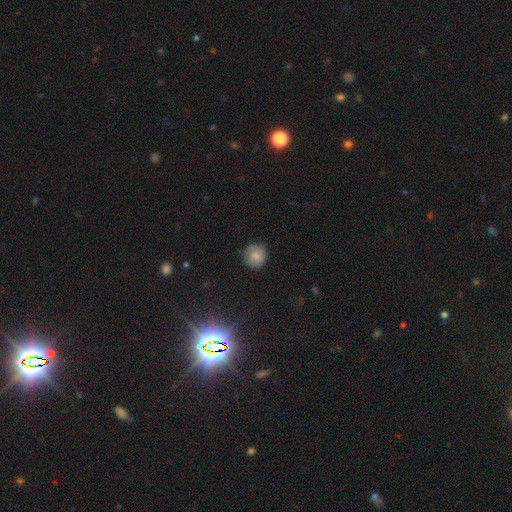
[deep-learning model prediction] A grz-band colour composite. It shows a smooth galaxy with no disk features (83%) that is round (92%). Merging: none (87%).